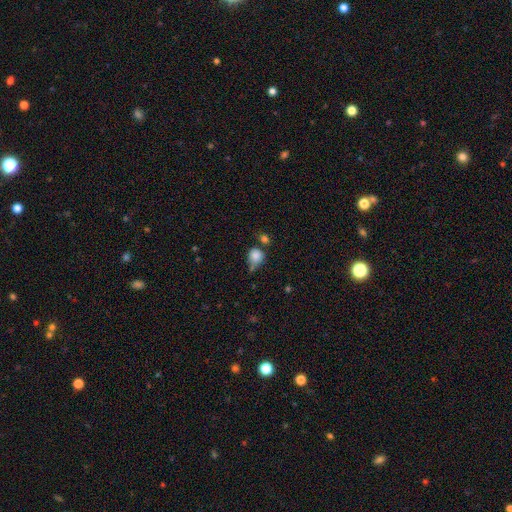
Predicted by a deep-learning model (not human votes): Overall: smooth (84%). How rounded: round (82%). Merging: none (49%; minor disturbance 26%).